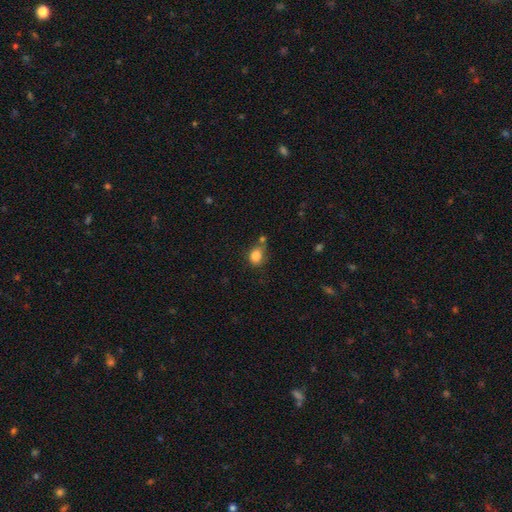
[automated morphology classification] This is clearly a smooth galaxy (83%). How rounded: possibly in between (56%). Merging: possibly none (52%).